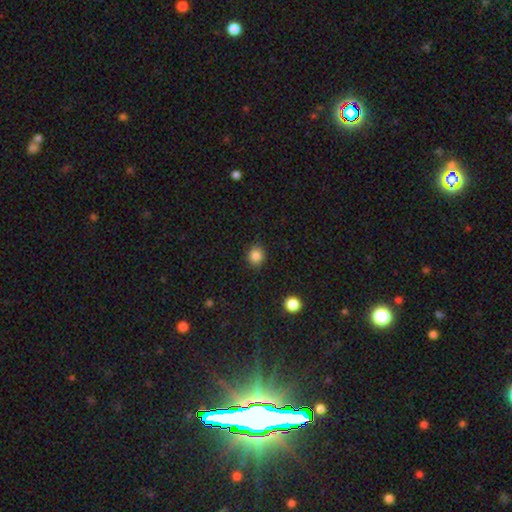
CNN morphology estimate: Q: Smooth or featured?
A: smooth (85%); runner-up: star or artifact (11%)
Q: How rounded?
A: round (78%); runner-up: in between (21%)
Q: Merging?
A: none (88%); runner-up: minor disturbance (8%)